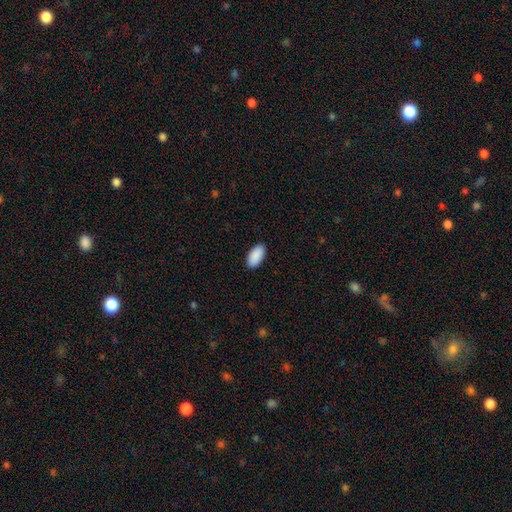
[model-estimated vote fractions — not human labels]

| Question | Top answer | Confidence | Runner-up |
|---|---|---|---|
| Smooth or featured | smooth | 92% | star or artifact (6%) |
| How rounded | in between | 95% | cigar-shaped (3%) |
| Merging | none | 90% | minor disturbance (7%) |